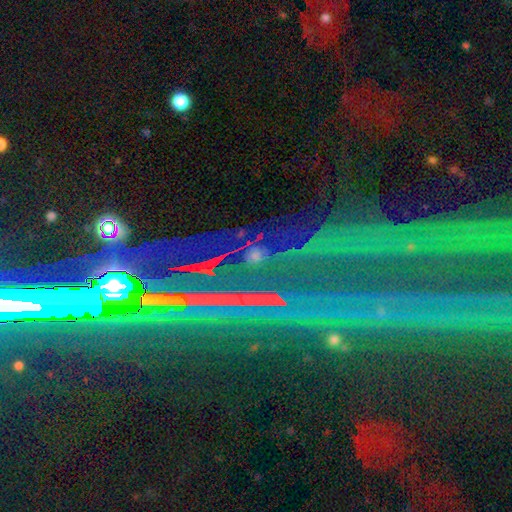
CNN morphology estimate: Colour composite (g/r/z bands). It shows a star or artifact, not a galaxy (78%).